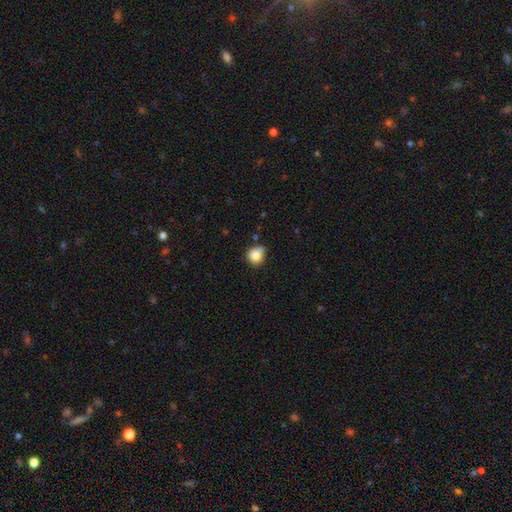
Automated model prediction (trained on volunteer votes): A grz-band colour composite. It shows a smooth galaxy with no disk features (83%) that is round (74%). Merging: none (55%).